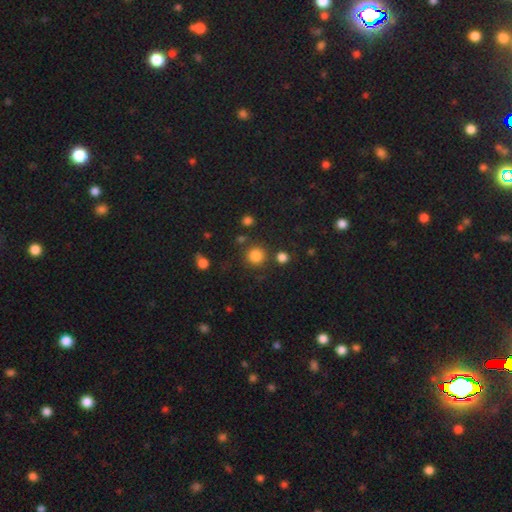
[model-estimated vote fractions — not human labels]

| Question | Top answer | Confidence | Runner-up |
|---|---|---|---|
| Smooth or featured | smooth | 83% | star or artifact (13%) |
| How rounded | round | 93% | in between (6%) |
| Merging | none | 81% | minor disturbance (8%) |